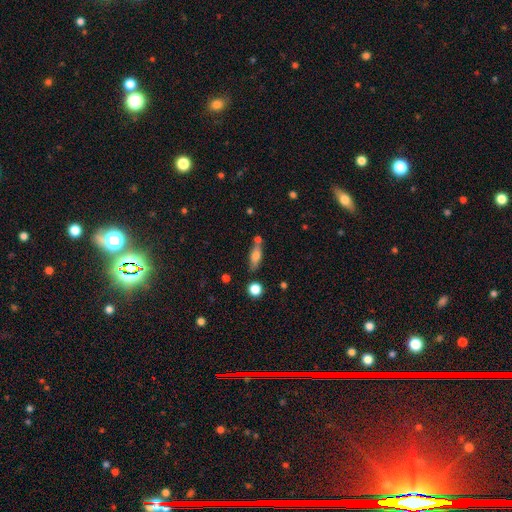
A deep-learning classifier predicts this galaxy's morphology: Smooth or featured? Predicted: smooth (p=0.68). How rounded? Predicted: in between (p=0.60). Merging? Predicted: none (p=0.64).